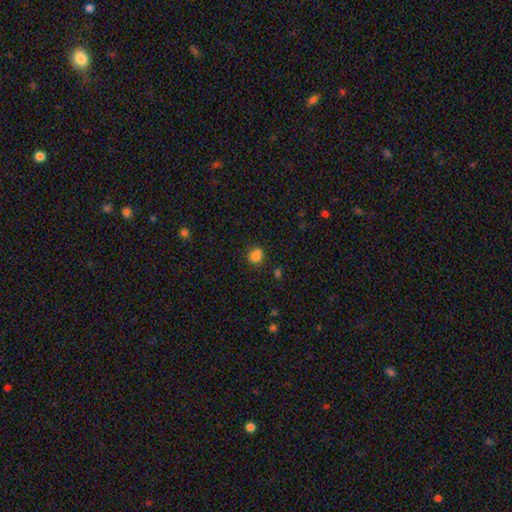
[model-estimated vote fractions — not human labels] smooth 82%, star or artifact 13%, featured or disk 5%. Down the decision tree: how rounded — round (67%); merging — none (77%).